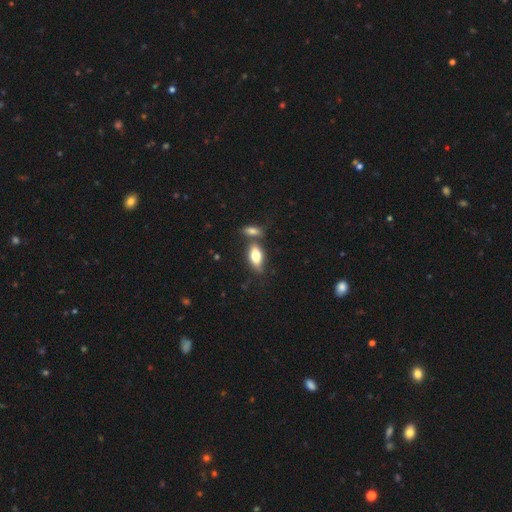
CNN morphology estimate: Smooth or featured? Predicted: smooth (p=0.75). How rounded? Predicted: in between (p=0.85). Merging? Predicted: none (p=0.54).